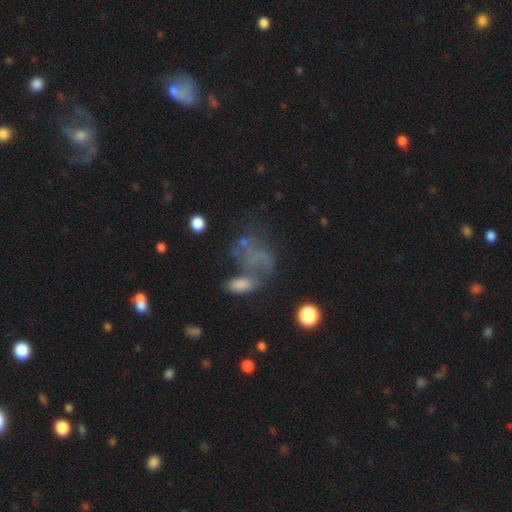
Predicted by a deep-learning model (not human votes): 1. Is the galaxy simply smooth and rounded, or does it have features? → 47% smooth, 30% featured or disk, 22% star or artifact.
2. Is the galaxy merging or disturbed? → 31% major disturbance, 28% none, 24% merger, 17% minor disturbance.